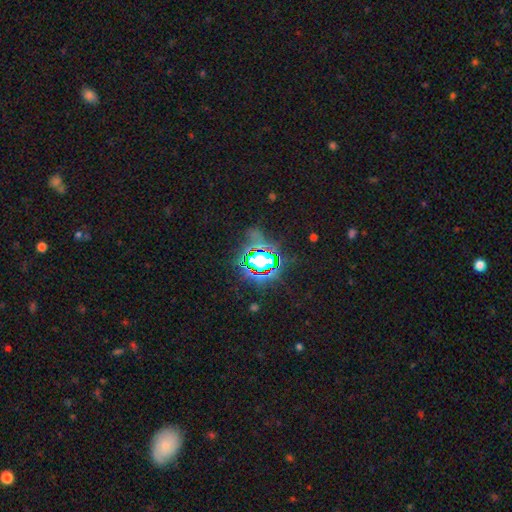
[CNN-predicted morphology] Smooth or featured? star or artifact (80%)